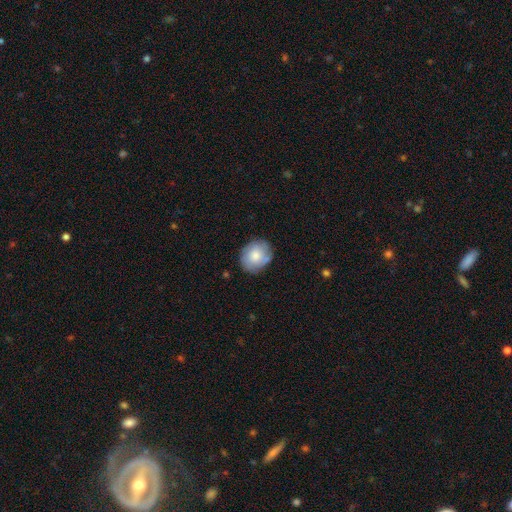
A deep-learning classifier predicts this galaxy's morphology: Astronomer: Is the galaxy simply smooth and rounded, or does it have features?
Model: smooth — 69%.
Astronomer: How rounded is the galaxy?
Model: round — 56% (runner-up: in between, 43%).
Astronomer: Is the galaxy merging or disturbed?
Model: none — 74%.